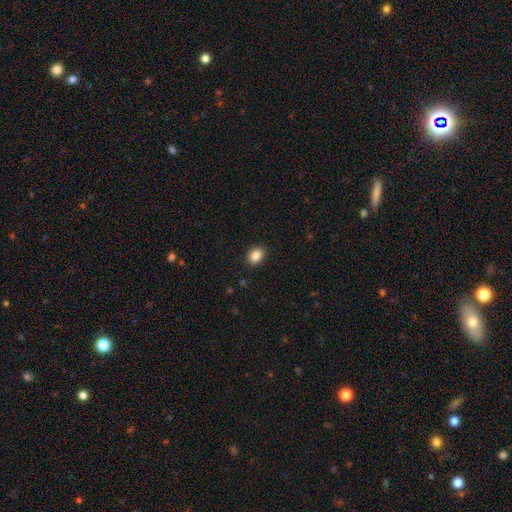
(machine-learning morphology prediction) smooth 87%, star or artifact 9%, featured or disk 4%. Down the decision tree: how rounded — in between (72%); merging — none (90%).